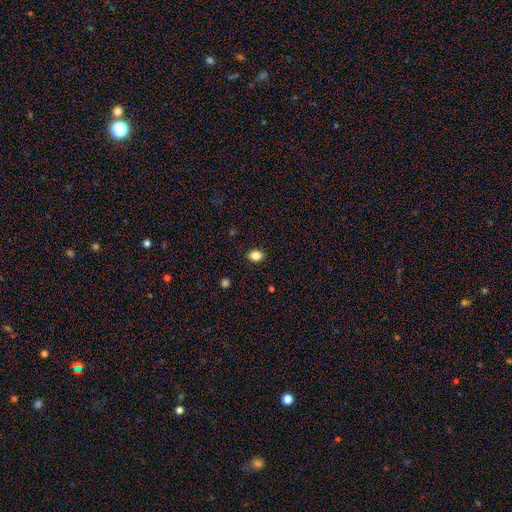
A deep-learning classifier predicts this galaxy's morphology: A smooth galaxy with no disk features (84%) that is in between round and cigar-shaped (72%).

Vote fractions:
- Smooth or featured? smooth: 84% / star or artifact: 10% / featured or disk: 6%
- How rounded? in between: 72% / round: 27% / cigar-shaped: 1%
- Merging? none: 88% / minor disturbance: 9% / major disturbance: 2% / merger: 1%